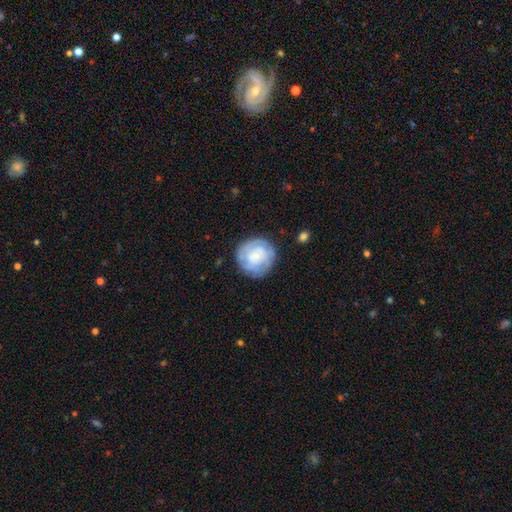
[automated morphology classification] Overall: smooth (48%; featured or disk 45%). Merging: none (77%).